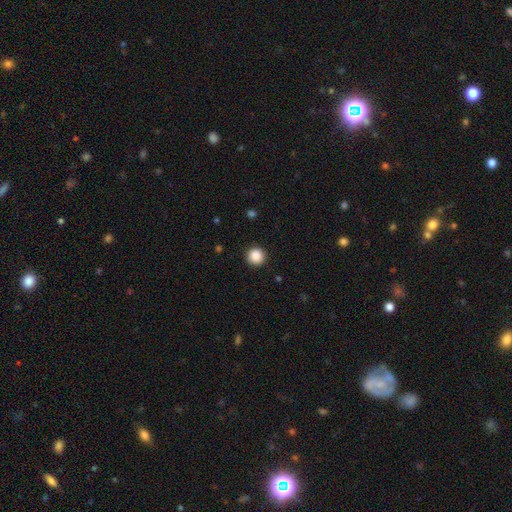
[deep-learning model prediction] The model was most divided on "smooth or featured": smooth: 88%, star or artifact: 9%, featured or disk: 2%. More confident: how rounded — round (96%); merging — none (92%).